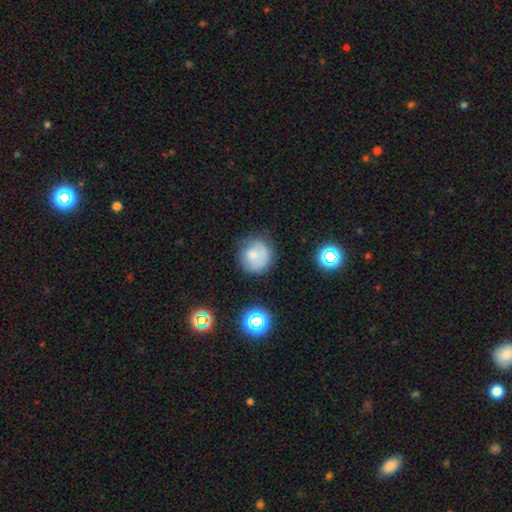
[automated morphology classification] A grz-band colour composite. It shows a smooth galaxy with no disk features (71%) that is round (89%). Merging: none (67%).